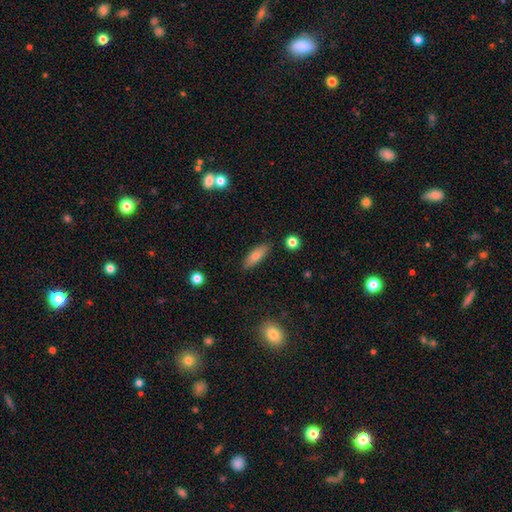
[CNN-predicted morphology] Q: Smooth or featured?
A: smooth (72%); runner-up: featured or disk (20%)
Q: How rounded?
A: in between (53%); runner-up: cigar-shaped (44%)
Q: Merging?
A: none (87%); runner-up: minor disturbance (9%)